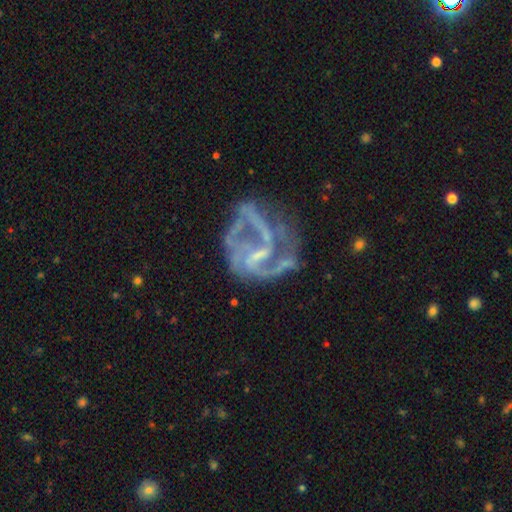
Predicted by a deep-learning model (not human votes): This is clearly a featured or disk galaxy (85%). It is clearly not viewed edge-on (98%). Bar: possibly weak (46%). Spiral arm pattern: clearly yes (86%). Spiral arm count: marginally 2 (36%). Spiral winding: possibly medium (47%). Central bulge: marginally small (44%). Merging: marginally major disturbance (39%).